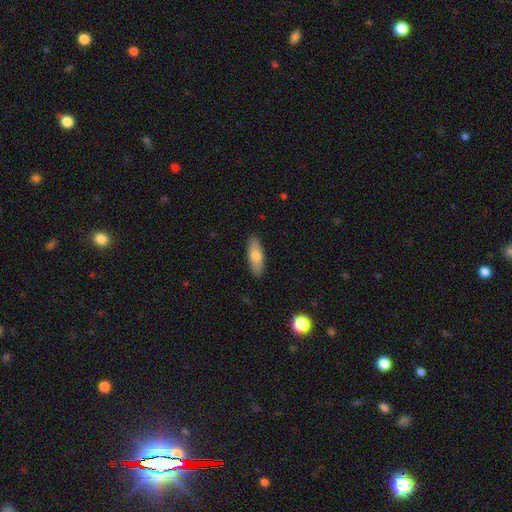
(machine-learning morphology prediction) Overall: smooth (78%). How rounded: in between (67%; cigar-shaped 31%). Merging: none (89%).